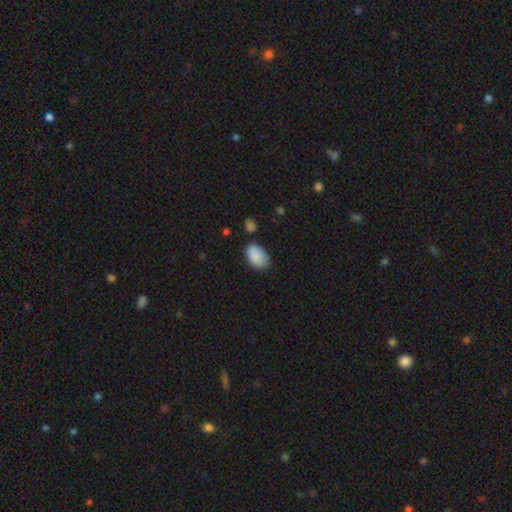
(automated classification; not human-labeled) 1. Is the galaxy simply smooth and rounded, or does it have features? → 88% smooth, 7% star or artifact, 6% featured or disk.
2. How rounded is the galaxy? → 93% in between, 6% round, 1% cigar-shaped.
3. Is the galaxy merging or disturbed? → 70% none, 22% minor disturbance, 4% merger, 4% major disturbance.